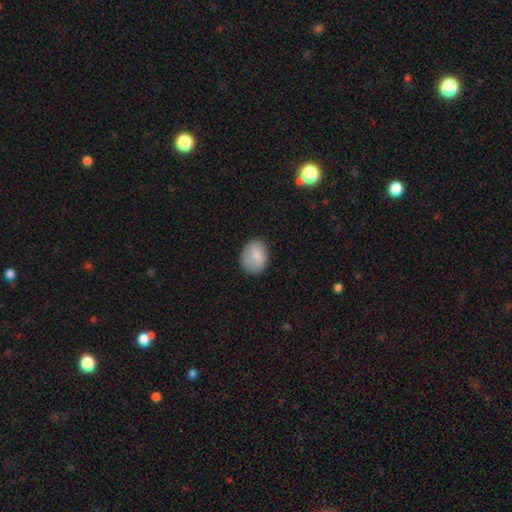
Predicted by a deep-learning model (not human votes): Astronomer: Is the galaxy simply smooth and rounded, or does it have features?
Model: smooth — 83%.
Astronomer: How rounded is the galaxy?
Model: in between — 68%.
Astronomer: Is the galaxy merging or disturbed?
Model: none — 77%.